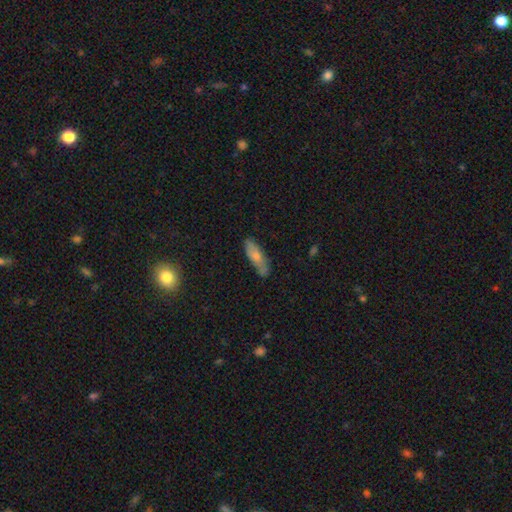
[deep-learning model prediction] smooth_or_featured: smooth (p=0.71) [alt: featured or disk p=0.22]
how_rounded: in between (p=0.50) [alt: cigar-shaped p=0.48]
merging: none (p=0.73) [alt: minor disturbance p=0.21]